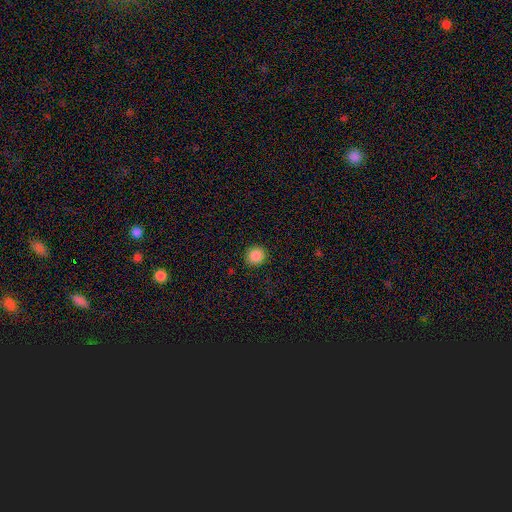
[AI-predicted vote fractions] smooth_or_featured: smooth (p=0.87) [alt: star or artifact p=0.10]
how_rounded: round (p=0.93) [alt: in between p=0.06]
merging: none (p=0.92) [alt: minor disturbance p=0.06]